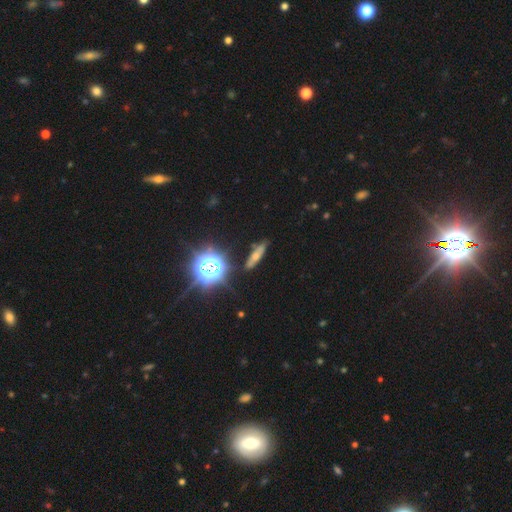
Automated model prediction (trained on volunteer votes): This is marginally a smooth galaxy (42%). Merging: clearly none (81%).